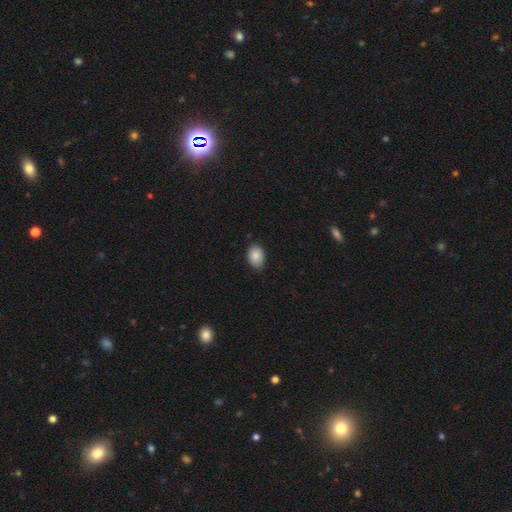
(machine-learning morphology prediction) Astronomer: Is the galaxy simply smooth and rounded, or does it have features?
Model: smooth — 87%.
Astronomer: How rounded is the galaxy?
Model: in between — 79%.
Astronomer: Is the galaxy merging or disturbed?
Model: none — 80%.